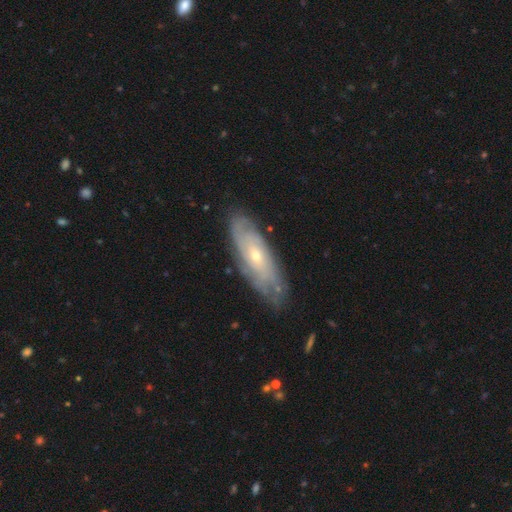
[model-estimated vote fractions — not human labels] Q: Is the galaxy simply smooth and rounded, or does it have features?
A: featured or disk — 71%.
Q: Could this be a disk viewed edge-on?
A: no — 81%.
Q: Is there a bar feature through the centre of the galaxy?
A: no — 77%.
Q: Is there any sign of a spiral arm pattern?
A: yes — 83%.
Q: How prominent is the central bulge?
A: small — 67%.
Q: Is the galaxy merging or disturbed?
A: none — 79%.